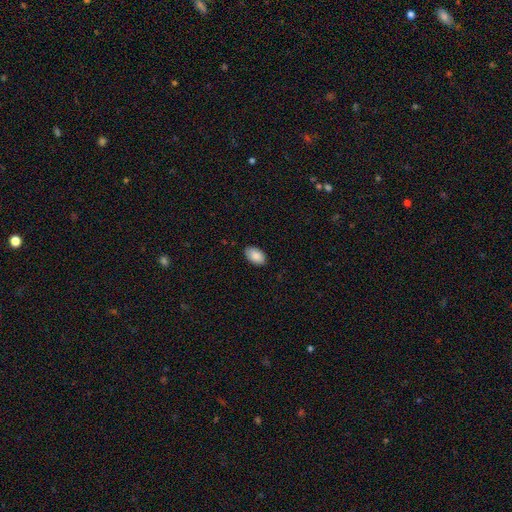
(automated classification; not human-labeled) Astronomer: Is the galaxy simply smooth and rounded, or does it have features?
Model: smooth — 89%.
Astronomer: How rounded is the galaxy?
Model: in between — 94%.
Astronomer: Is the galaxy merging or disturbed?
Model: none — 85%.